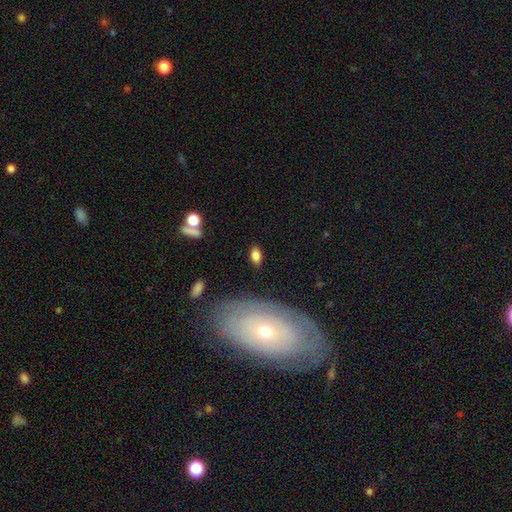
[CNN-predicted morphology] A smooth galaxy with no disk features (82%) that is in between round and cigar-shaped (88%). Merging: none (82%).